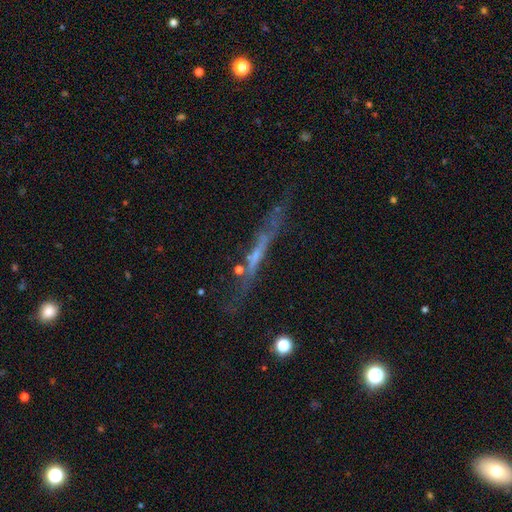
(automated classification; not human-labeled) Overall: featured or disk (60%; smooth 27%). Edge-on disk: yes (77%). Merging: none (55%; minor disturbance 23%).